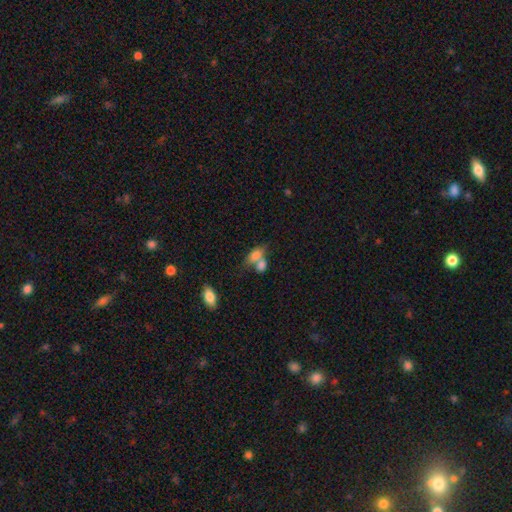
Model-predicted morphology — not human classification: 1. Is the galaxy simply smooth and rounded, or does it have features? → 77% smooth, 14% featured or disk, 9% star or artifact.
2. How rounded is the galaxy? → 81% in between, 14% round, 5% cigar-shaped.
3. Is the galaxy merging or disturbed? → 60% merger, 24% none, 10% minor disturbance, 7% major disturbance.